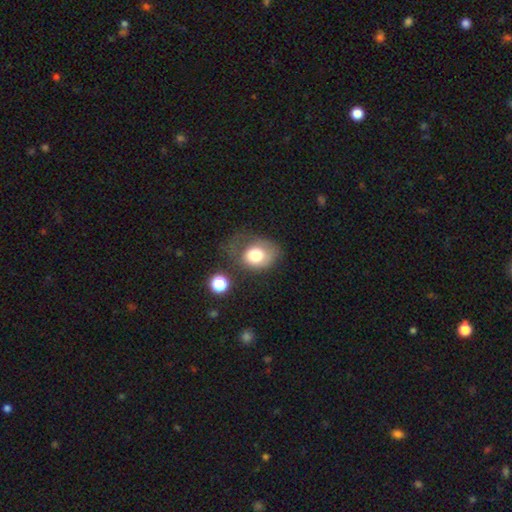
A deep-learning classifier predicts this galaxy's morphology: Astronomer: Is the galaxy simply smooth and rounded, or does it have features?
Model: smooth — 71%.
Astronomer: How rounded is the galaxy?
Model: round — 52% (runner-up: in between, 48%).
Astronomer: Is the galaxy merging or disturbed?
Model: none — 35% (runner-up: major disturbance, 30%).